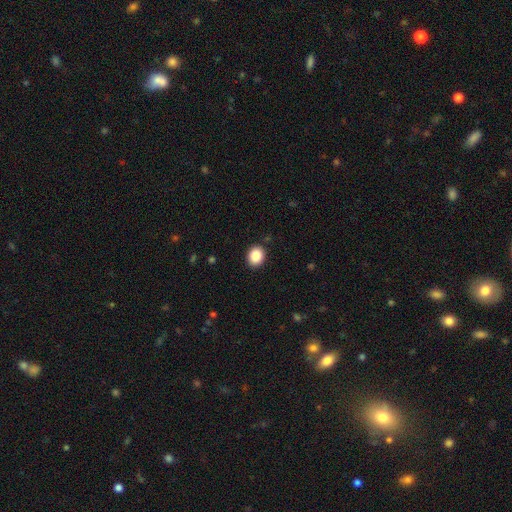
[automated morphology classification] Smooth or featured: smooth — 88% (star or artifact — 9%)
How rounded: round — 57% (in between — 42%)
Merging: none — 89% (minor disturbance — 7%)